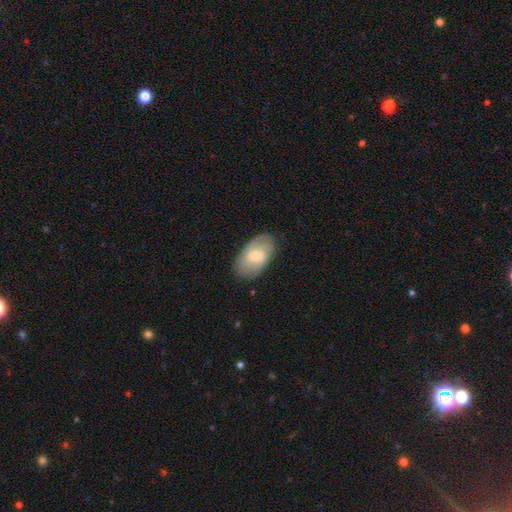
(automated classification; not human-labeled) This is possibly a featured or disk galaxy (47%, tied with smooth). Merging: likely none (77%).